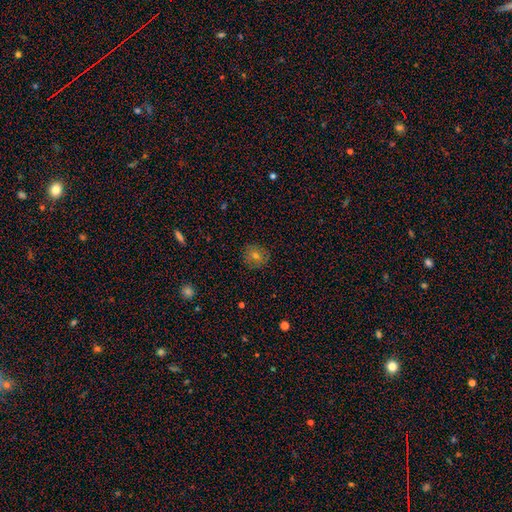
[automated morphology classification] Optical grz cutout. It shows a smooth galaxy with no disk features (61%) that is round (89%). Merging: none (86%).